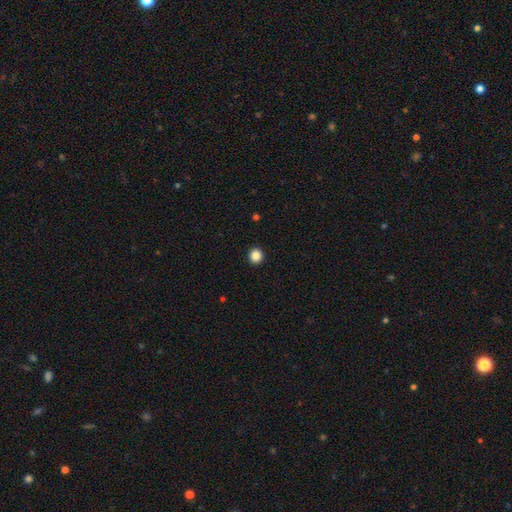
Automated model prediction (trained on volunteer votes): smooth-or-featured: smooth: 87% | star or artifact: 10% | featured or disk: 3%
  how-rounded: round: 90% | in between: 9% | cigar-shaped: 1%
  merging: none: 94% | minor disturbance: 4% | major disturbance: 1% | merger: 1%